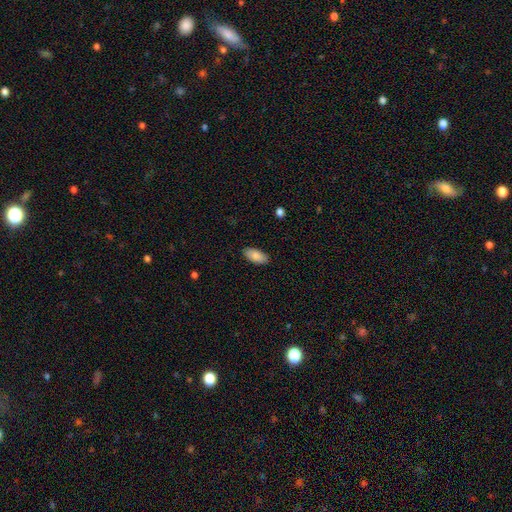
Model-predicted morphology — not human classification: A smooth galaxy with no disk features (86%) that is in between round and cigar-shaped (92%). Merging: none (86%).